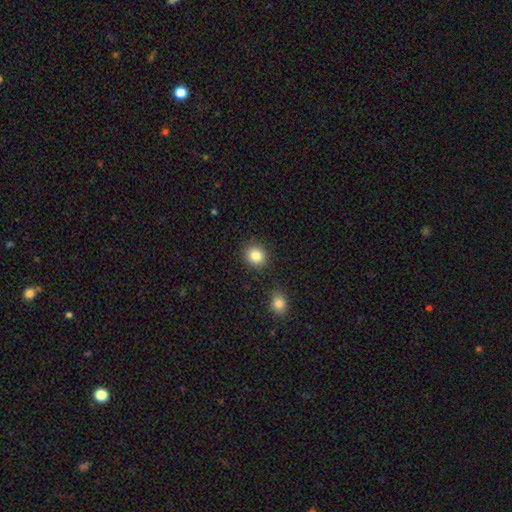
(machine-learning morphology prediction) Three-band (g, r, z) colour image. It shows a smooth galaxy with no disk features (85%) that is round (79%). Merging: none (87%).